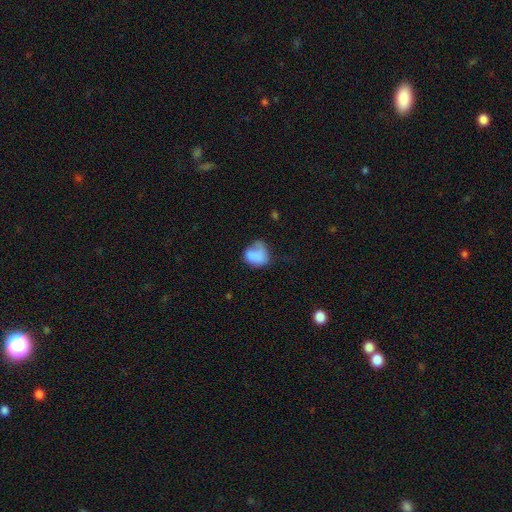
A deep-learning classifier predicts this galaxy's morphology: Smooth or featured: smooth — 77% (featured or disk — 14%)
How rounded: round — 52% (in between — 47%)
Merging: none — 32% (tied with minor disturbance — 32%)